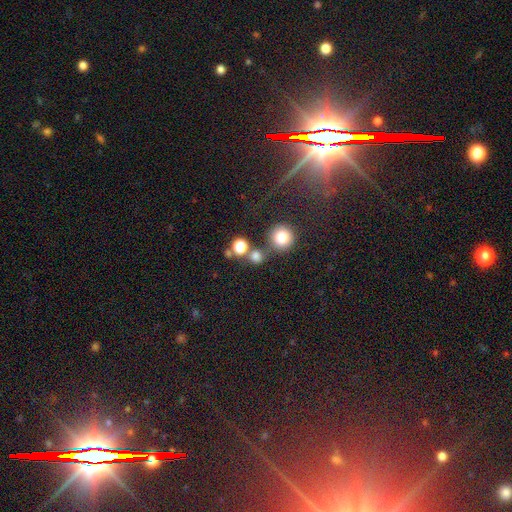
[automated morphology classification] Q: Smooth or featured?
A: smooth (74%); runner-up: star or artifact (18%)
Q: How rounded?
A: round (86%); runner-up: in between (13%)
Q: Merging?
A: none (59%); runner-up: merger (27%)